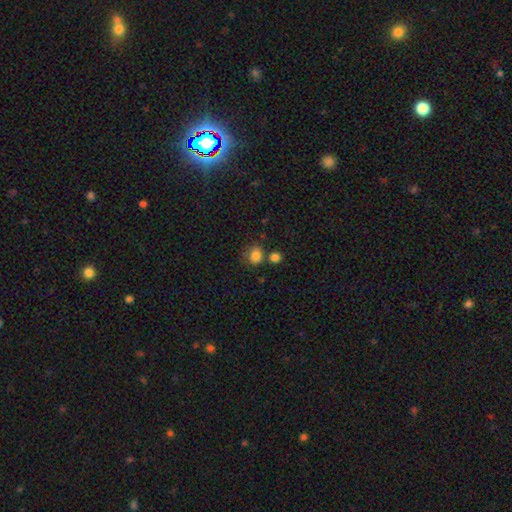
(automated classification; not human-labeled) Morphology: type=smooth (83%); roundness=round (69%); merging=none (60%).